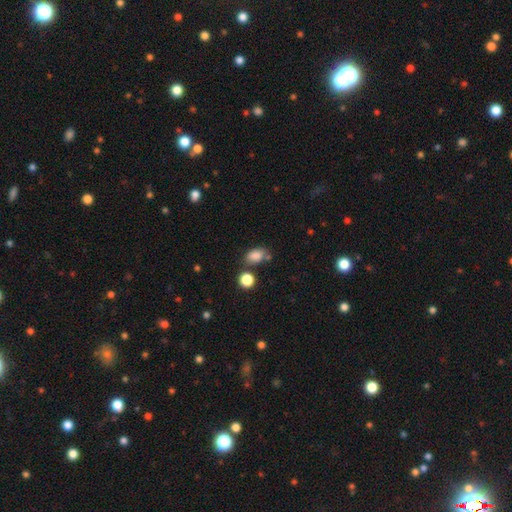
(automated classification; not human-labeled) Smooth or featured? smooth (83%)
How rounded? in between (82%)
Merging? none (59%)